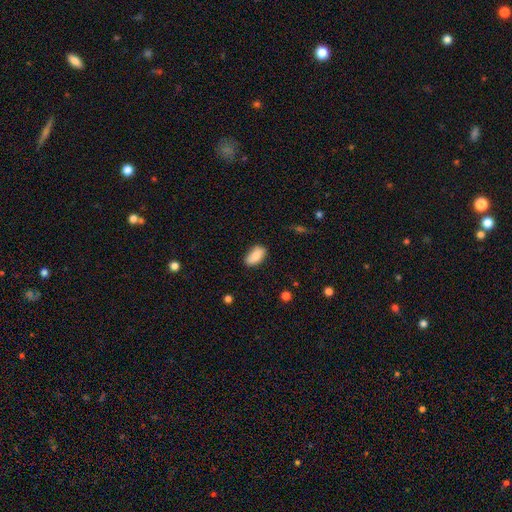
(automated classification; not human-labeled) This is clearly a smooth galaxy (86%). How rounded: clearly in between (92%). Merging: clearly none (81%).